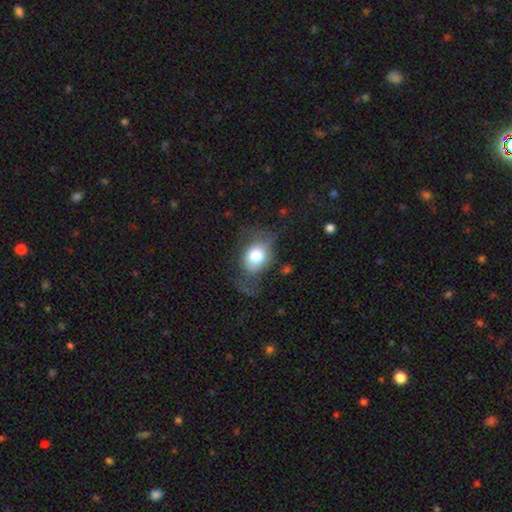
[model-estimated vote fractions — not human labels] Smooth or featured? Predicted: smooth (p=0.72). How rounded? Predicted: in between (p=0.57). Merging? Predicted: none (p=0.45).